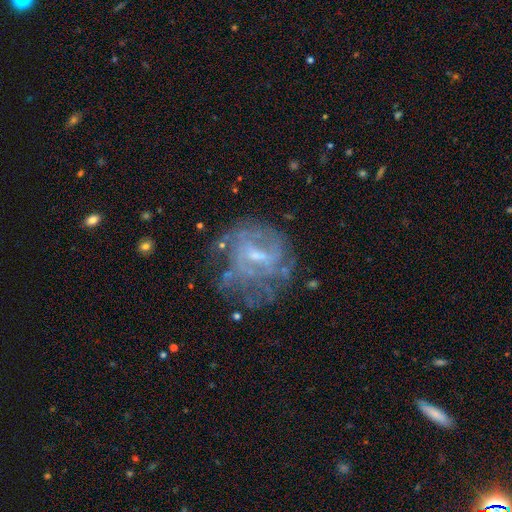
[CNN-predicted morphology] A featured or disk galaxy (73%) with a weak bar (54%), spiral arms (54%) and a small central bulge (48%).

Vote fractions:
- Smooth or featured? featured or disk: 73% / smooth: 17% / star or artifact: 11%
- Edge-on disk? no: 98% / yes: 2%
- Bar? weak: 54% / no: 33% / strong: 14%
- Spiral arms? yes: 54% / no: 46%
- Bulge size? small: 48% / moderate: 34% / none: 15% / large: 2% / dominant: 1%
- Merging? none: 54% / major disturbance: 21% / minor disturbance: 21% / merger: 3%